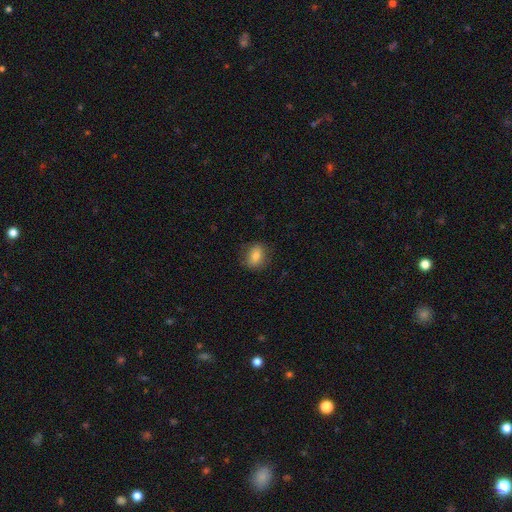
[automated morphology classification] Smooth or featured: smooth — 78% (featured or disk — 13%)
How rounded: in between — 54% (round — 44%)
Merging: none — 81% (minor disturbance — 14%)